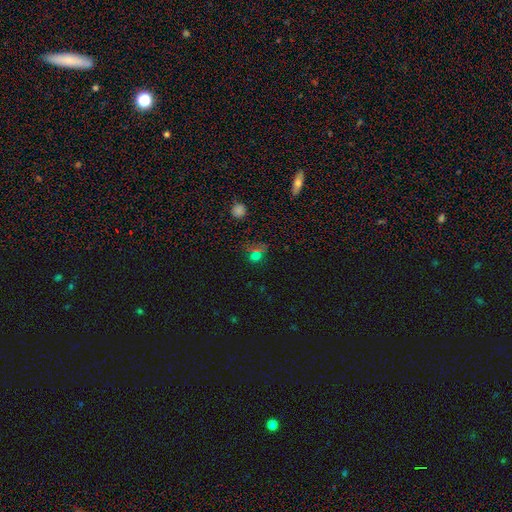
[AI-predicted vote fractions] Smooth or featured: smooth — 47% (star or artifact — 43%)
Merging: none — 60% (merger — 15%)